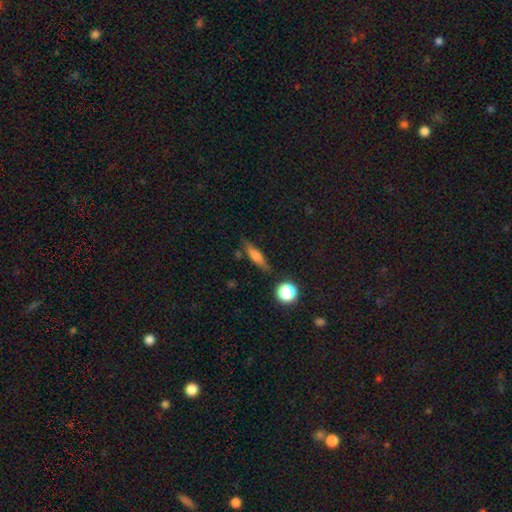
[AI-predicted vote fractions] The model was most divided on "how rounded": cigar-shaped: 63%, in between: 31%, round: 6%. More confident: merging — none (78%); smooth or featured — smooth (63%).